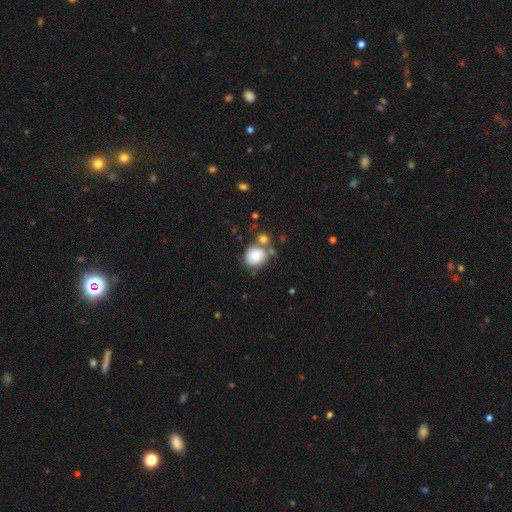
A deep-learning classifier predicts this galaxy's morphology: A smooth galaxy with no disk features (83%) that is round (66%). Merging: none (54%).